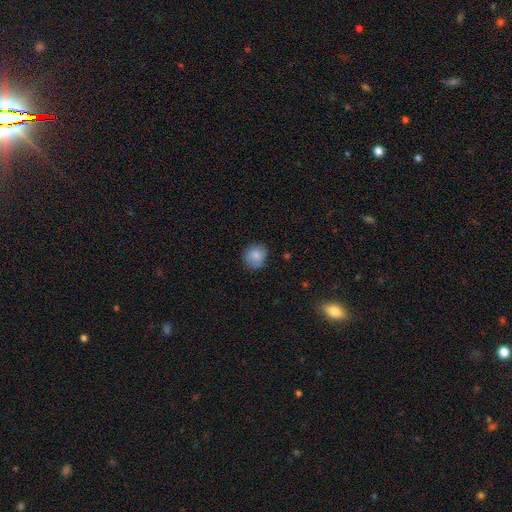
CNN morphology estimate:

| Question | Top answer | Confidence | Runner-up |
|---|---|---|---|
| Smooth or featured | smooth | 82% | featured or disk (10%) |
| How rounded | round | 84% | in between (15%) |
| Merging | none | 82% | minor disturbance (14%) |